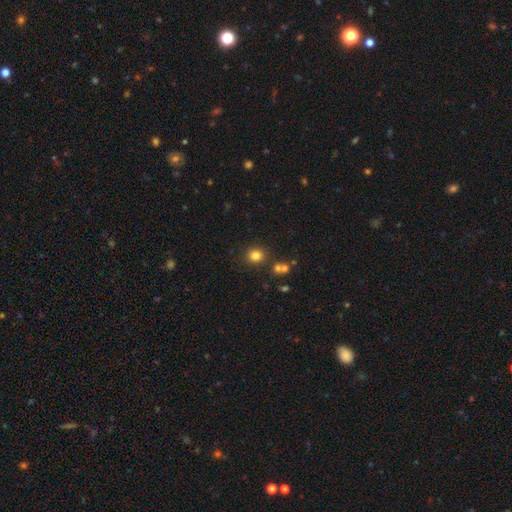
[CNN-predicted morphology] Smooth or featured: smooth — 81% (star or artifact — 13%)
How rounded: round — 81% (in between — 18%)
Merging: none — 82% (minor disturbance — 8%)